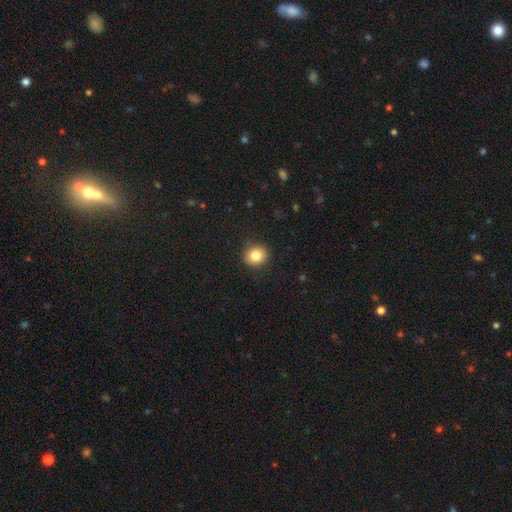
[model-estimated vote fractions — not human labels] smooth-or-featured: smooth: 83% | star or artifact: 10% | featured or disk: 7%
  how-rounded: round: 72% | in between: 27% | cigar-shaped: 1%
  merging: none: 90% | minor disturbance: 7% | major disturbance: 2% | merger: 1%